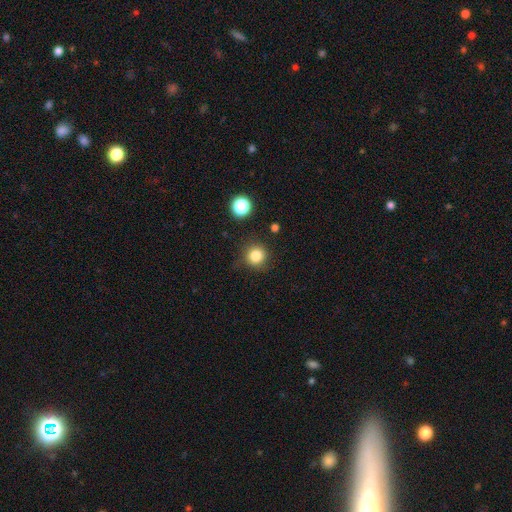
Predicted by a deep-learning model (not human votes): smooth 82%, star or artifact 13%, featured or disk 5%. Down the decision tree: how rounded — round (93%); merging — none (84%).